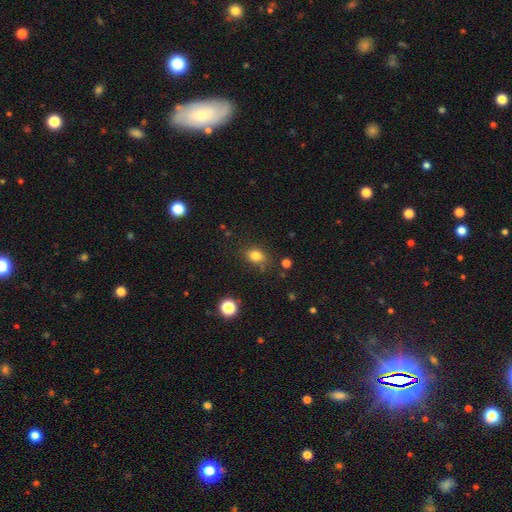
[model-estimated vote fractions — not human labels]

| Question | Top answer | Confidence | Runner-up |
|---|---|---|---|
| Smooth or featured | smooth | 80% | star or artifact (13%) |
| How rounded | in between | 53% | round (46%) |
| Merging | none | 75% | minor disturbance (17%) |